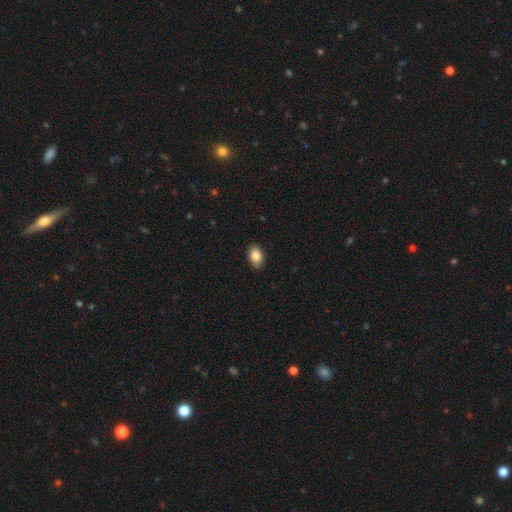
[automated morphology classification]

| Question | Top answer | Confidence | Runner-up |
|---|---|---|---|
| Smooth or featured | smooth | 86% | star or artifact (8%) |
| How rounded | in between | 84% | round (15%) |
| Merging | none | 85% | minor disturbance (12%) |